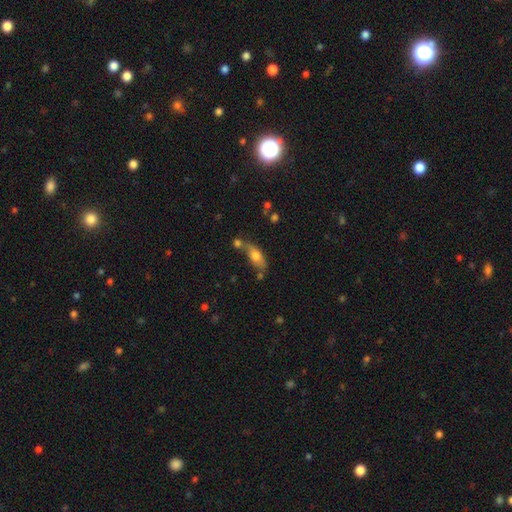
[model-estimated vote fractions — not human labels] Smooth or featured? smooth (67%)
How rounded? in between (74%)
Merging? none (43%)